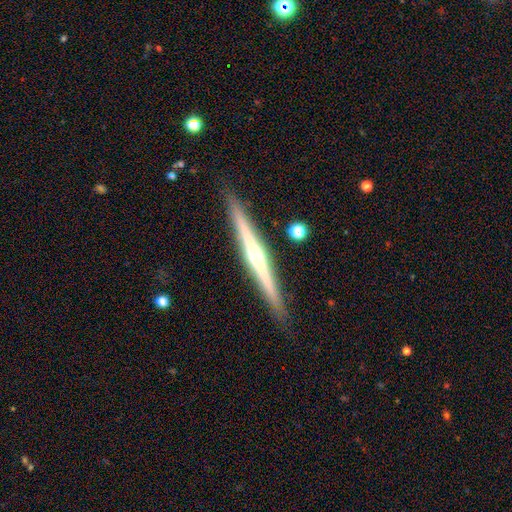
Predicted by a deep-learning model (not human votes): featured or disk 77%, smooth 18%, star or artifact 5%. Down the decision tree: edge-on disk — yes (98%); edge-on bulge — rounded (77%); merging — none (91%).